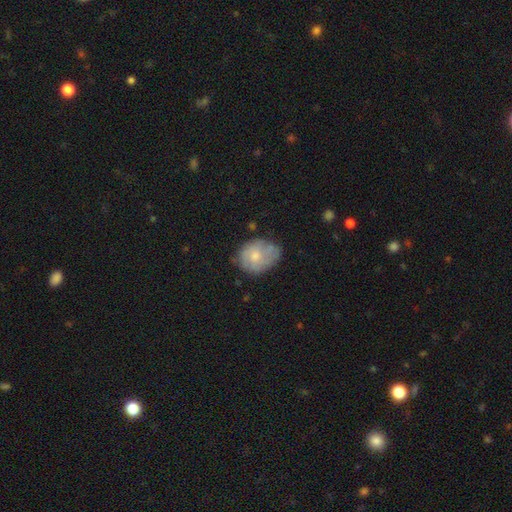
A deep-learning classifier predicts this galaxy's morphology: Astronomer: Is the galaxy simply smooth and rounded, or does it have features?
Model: smooth — 58% (runner-up: featured or disk, 35%).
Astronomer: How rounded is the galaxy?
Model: in between — 50% (runner-up: round, 49%).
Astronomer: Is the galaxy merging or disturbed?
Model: none — 54% (runner-up: minor disturbance, 31%).